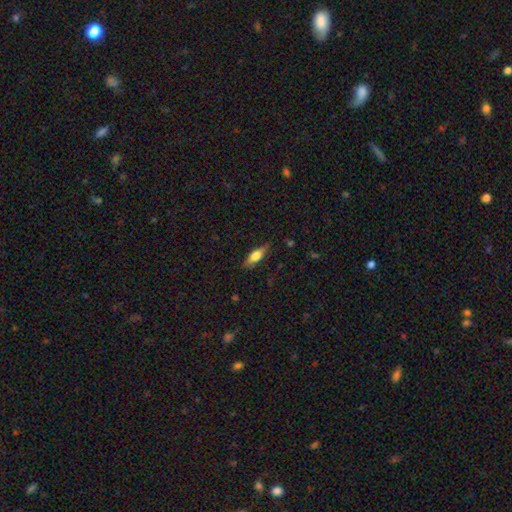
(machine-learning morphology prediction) smooth-or-featured: smooth: 56% | featured or disk: 37% | star or artifact: 7%
  how-rounded: in between: 54% | cigar-shaped: 43% | round: 3%
  merging: none: 82% | minor disturbance: 14% | major disturbance: 3% | merger: 1%